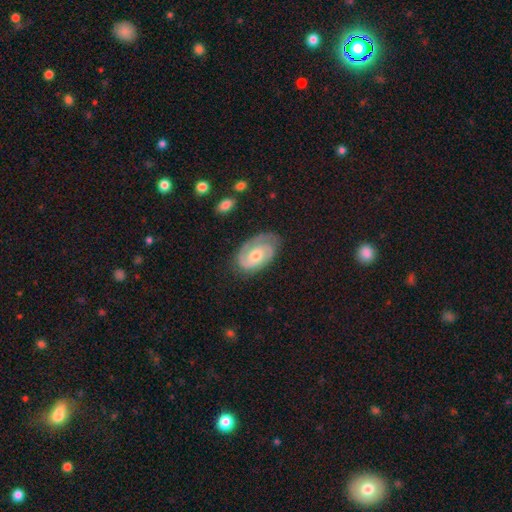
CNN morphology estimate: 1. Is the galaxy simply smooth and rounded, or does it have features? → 82% featured or disk, 13% smooth, 5% star or artifact.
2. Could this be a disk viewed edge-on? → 96% no, 4% yes.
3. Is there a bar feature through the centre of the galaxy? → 66% no, 28% weak, 6% strong.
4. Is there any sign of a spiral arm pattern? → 95% yes, 5% no.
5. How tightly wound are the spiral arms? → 59% tight, 32% medium, 9% loose.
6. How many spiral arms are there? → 65% 2, 15% 1, 12% can't tell, 6% 3, 1% 4, 1% more than 4.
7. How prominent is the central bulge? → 59% moderate, 34% small, 5% large, 2% none, 1% dominant.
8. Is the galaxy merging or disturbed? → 72% none, 19% minor disturbance, 7% major disturbance, 1% merger.